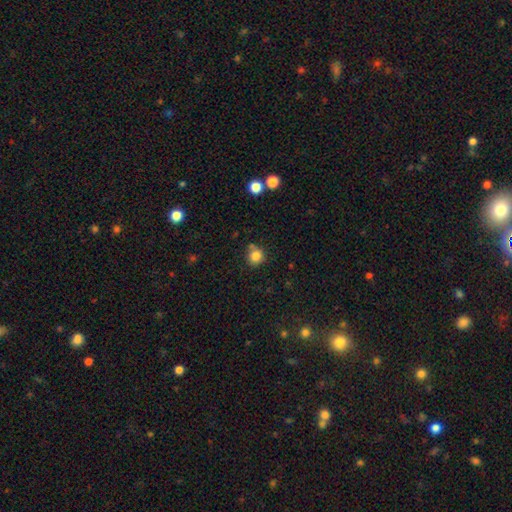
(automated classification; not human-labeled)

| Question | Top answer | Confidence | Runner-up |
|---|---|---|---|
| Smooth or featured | smooth | 83% | star or artifact (11%) |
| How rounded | round | 88% | in between (11%) |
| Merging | none | 70% | minor disturbance (16%) |